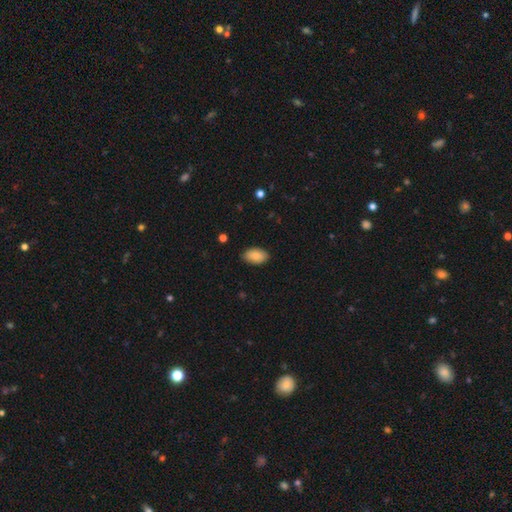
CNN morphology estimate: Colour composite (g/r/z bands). It shows a smooth galaxy with no disk features (88%) that is in between round and cigar-shaped (94%). Merging: none (86%).